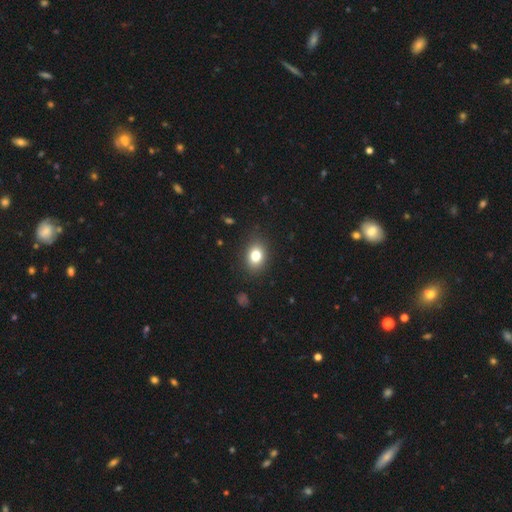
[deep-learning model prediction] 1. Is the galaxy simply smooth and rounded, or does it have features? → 80% smooth, 11% star or artifact, 9% featured or disk.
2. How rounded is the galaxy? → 63% in between, 35% round, 1% cigar-shaped.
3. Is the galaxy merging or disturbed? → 87% none, 10% minor disturbance, 3% major disturbance, 1% merger.